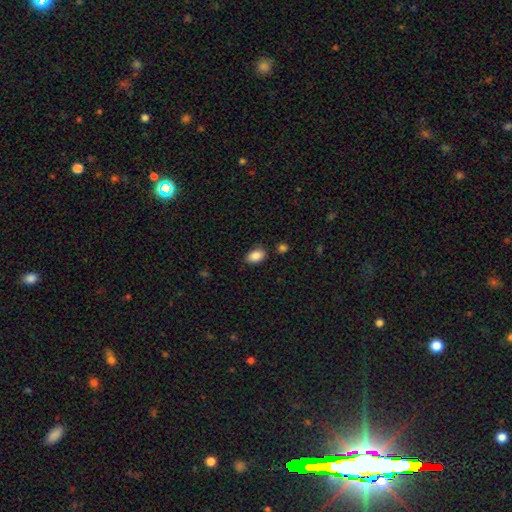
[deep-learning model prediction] Smooth or featured: smooth — 87% (star or artifact — 8%)
How rounded: in between — 89% (round — 10%)
Merging: none — 83% (minor disturbance — 12%)